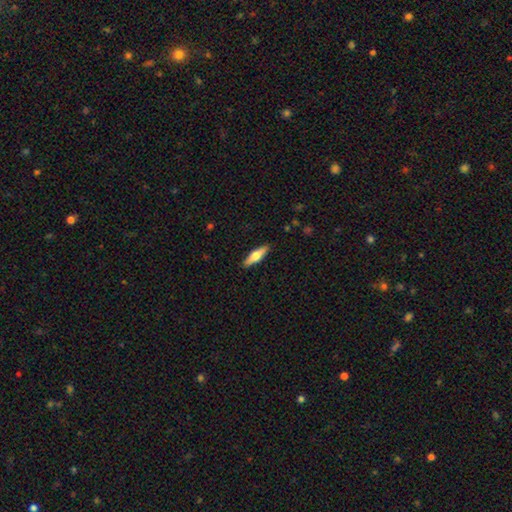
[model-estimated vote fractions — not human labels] Smooth or featured: smooth — 52% (featured or disk — 42%)
How rounded: cigar-shaped — 63% (in between — 35%)
Merging: none — 90% (minor disturbance — 8%)